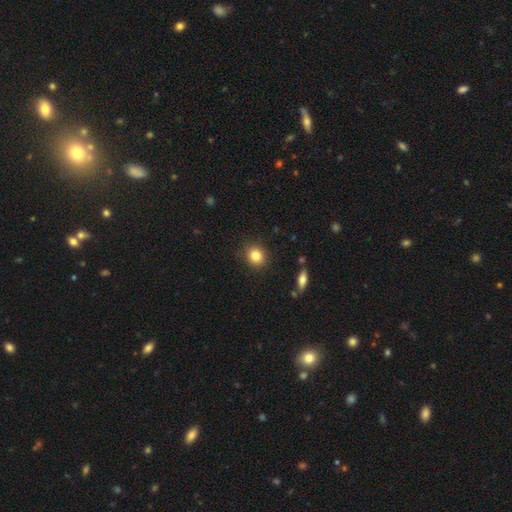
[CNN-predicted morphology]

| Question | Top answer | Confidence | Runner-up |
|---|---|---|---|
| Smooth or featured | smooth | 83% | star or artifact (10%) |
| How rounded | round | 82% | in between (17%) |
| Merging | none | 89% | minor disturbance (8%) |